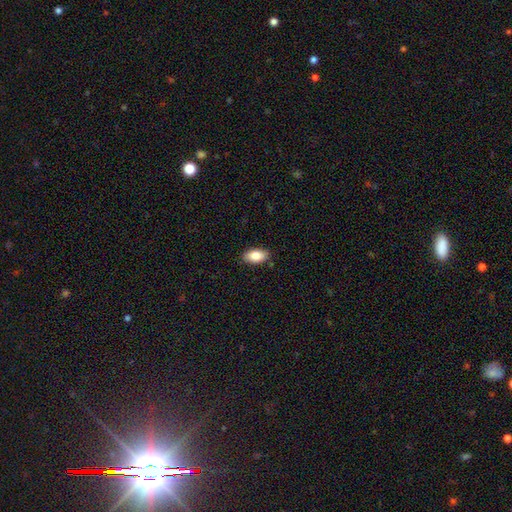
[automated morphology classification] Smooth or featured? smooth (84%)
How rounded? in between (93%)
Merging? none (88%)